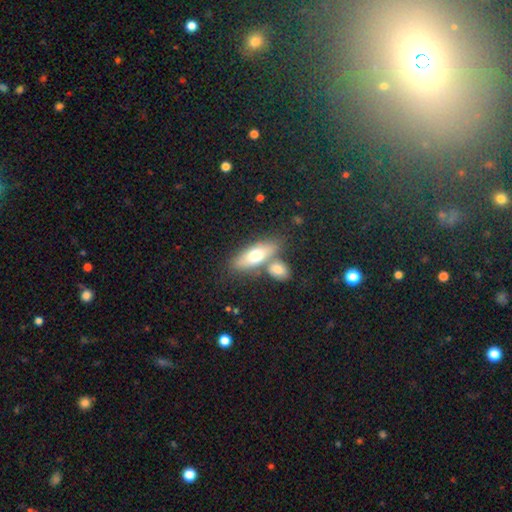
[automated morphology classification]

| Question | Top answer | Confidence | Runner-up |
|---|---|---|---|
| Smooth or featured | smooth | 65% | featured or disk (29%) |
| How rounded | in between | 64% | cigar-shaped (33%) |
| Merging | none | 55% | merger (29%) |